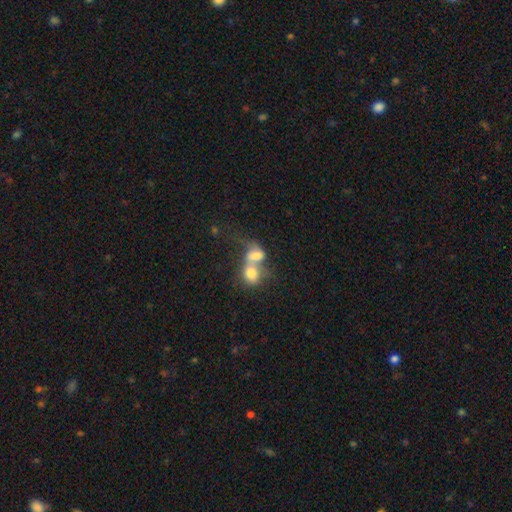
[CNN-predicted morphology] Smooth or featured?
  - smooth: 66% *
  - featured or disk: 25%
  - star or artifact: 10%
How rounded?
  - in between: 51% *
  - round: 47%
  - cigar-shaped: 2%
Merging?
  - merger: 80% *
  - none: 9%
  - major disturbance: 6%
  - minor disturbance: 4%